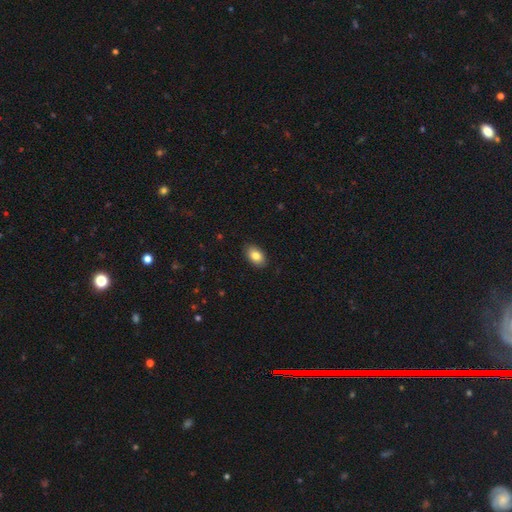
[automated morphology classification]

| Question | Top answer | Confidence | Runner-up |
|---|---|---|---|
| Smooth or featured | smooth | 83% | featured or disk (9%) |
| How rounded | in between | 91% | round (8%) |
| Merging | none | 89% | minor disturbance (8%) |